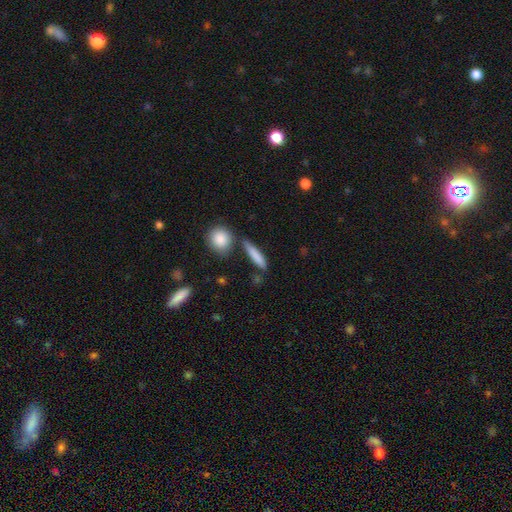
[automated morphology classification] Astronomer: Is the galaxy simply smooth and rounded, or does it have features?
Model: smooth — 81%.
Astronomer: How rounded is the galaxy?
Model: cigar-shaped — 79%.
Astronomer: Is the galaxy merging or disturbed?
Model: none — 76%.